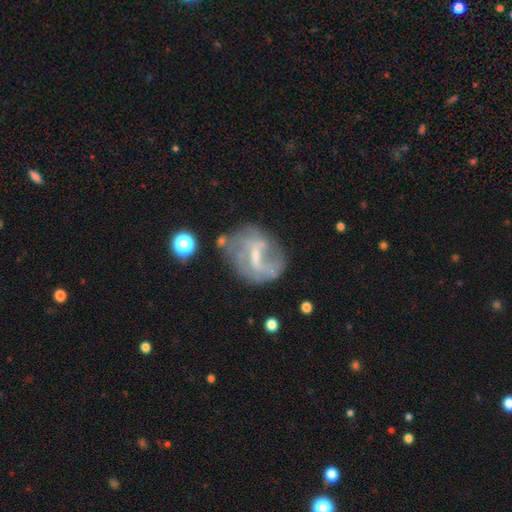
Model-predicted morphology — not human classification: Smooth or featured?
  - featured or disk: 69% *
  - smooth: 20%
  - star or artifact: 11%
Edge-on disk?
  - no: 96% *
  - yes: 4%
Bar?
  - weak: 51% *
  - strong: 29%
  - no: 20%
Spiral arms?
  - yes: 66% *
  - no: 34%
Bulge size?
  - small: 44% *
  - moderate: 29%
  - none: 24%
  - large: 2%
  - dominant: 1%
Merging?
  - none: 54% *
  - minor disturbance: 22%
  - major disturbance: 18%
  - merger: 6%